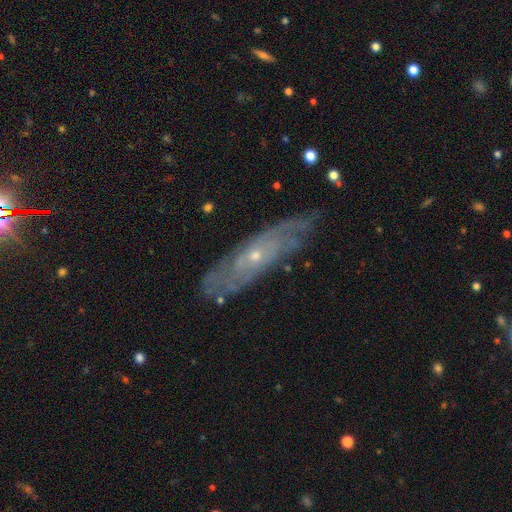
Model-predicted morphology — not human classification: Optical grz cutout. It shows a featured or disk galaxy (78%) with no bar (77%), spiral arms (83%) and a small central bulge (70%). Merging: none (72%).